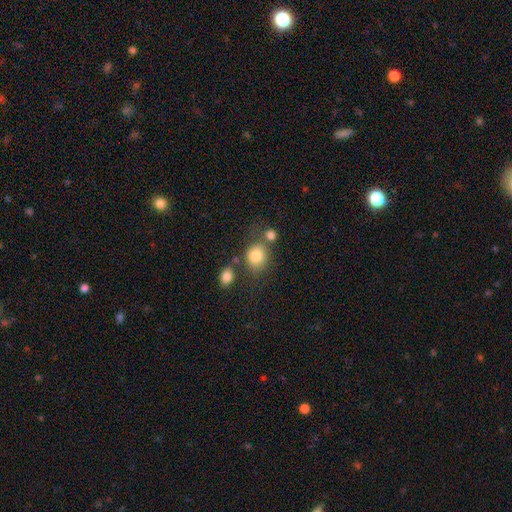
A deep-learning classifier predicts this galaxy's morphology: Smooth or featured? smooth (82%)
How rounded? round (58%)
Merging? none (57%)